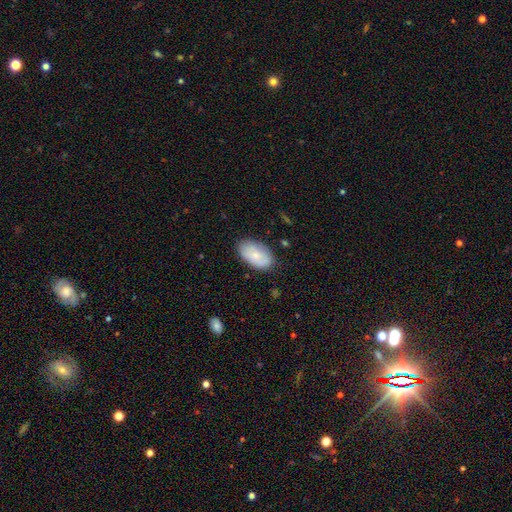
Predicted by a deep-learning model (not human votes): A smooth galaxy with no disk features (64%) that is in between round and cigar-shaped (93%).

Vote fractions:
- Smooth or featured? smooth: 64% / featured or disk: 29% / star or artifact: 7%
- How rounded? in between: 93% / round: 6% / cigar-shaped: 2%
- Merging? none: 77% / minor disturbance: 18% / major disturbance: 4% / merger: 2%